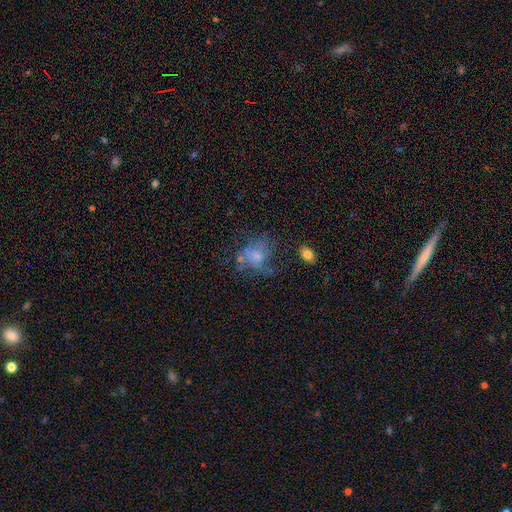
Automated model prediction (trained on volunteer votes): A smooth galaxy with no disk features (48%).

Vote fractions:
- Smooth or featured? smooth: 48% / featured or disk: 39% / star or artifact: 13%
- Merging? major disturbance: 37% / none: 33% / minor disturbance: 23% / merger: 8%